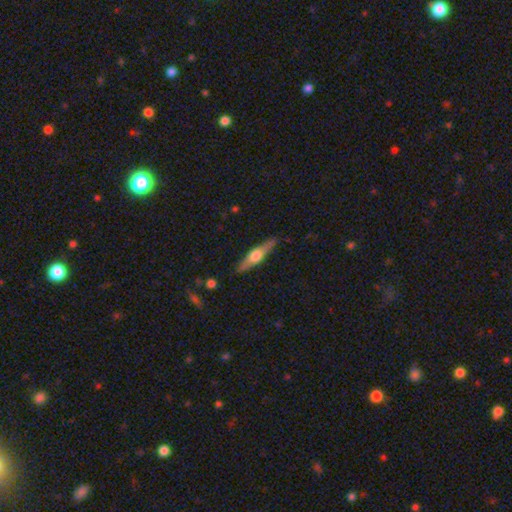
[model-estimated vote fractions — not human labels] Smooth or featured? Predicted: featured or disk (p=0.55). Edge-on disk? Predicted: yes (p=0.90). Merging? Predicted: none (p=0.83).